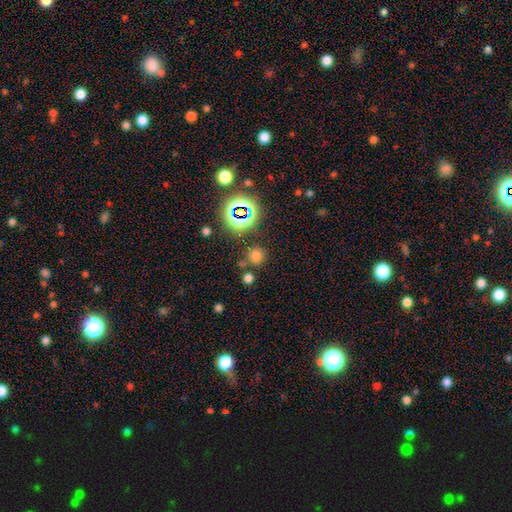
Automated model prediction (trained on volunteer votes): Smooth or featured: smooth — 64% (star or artifact — 29%)
How rounded: round — 86% (in between — 13%)
Merging: none — 77% (minor disturbance — 10%)